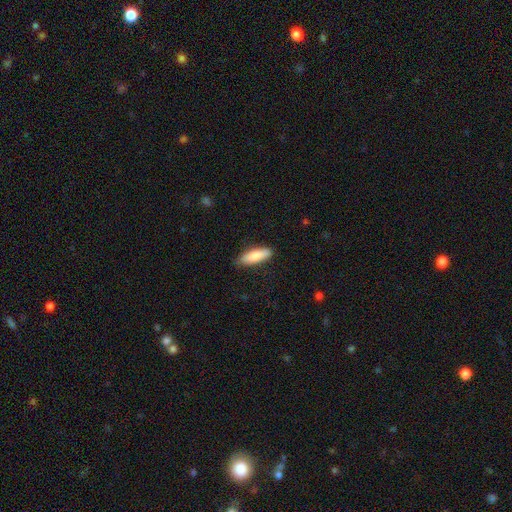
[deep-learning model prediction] Smooth or featured? Predicted: smooth (p=0.83). How rounded? Predicted: in between (p=0.53). Merging? Predicted: none (p=0.82).